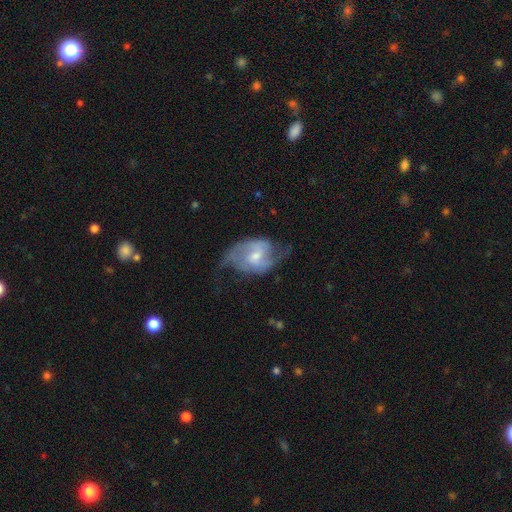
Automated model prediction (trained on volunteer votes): Morphology: type=featured or disk (80%); edge-on=no (97%); bar=weak (51%); spiral arms=yes (92%); winding=loose (43%); arm count=2 (85%); bulge=moderate (46%); merging=none (53%).